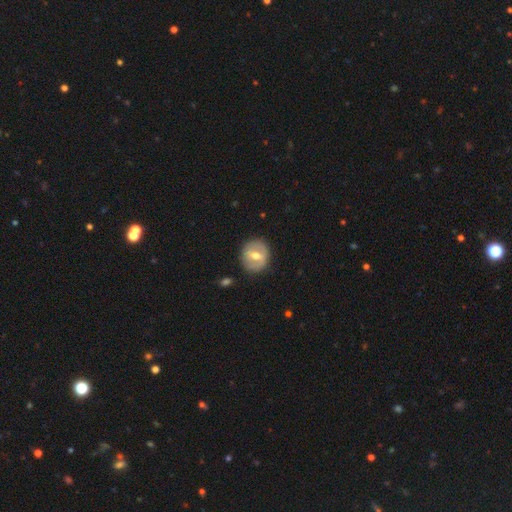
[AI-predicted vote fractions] smooth_or_featured: featured or disk (p=0.53) [alt: smooth p=0.41]
disk_edge_on: no (p=0.93) [alt: yes p=0.07]
merging: none (p=0.84) [alt: minor disturbance p=0.11]